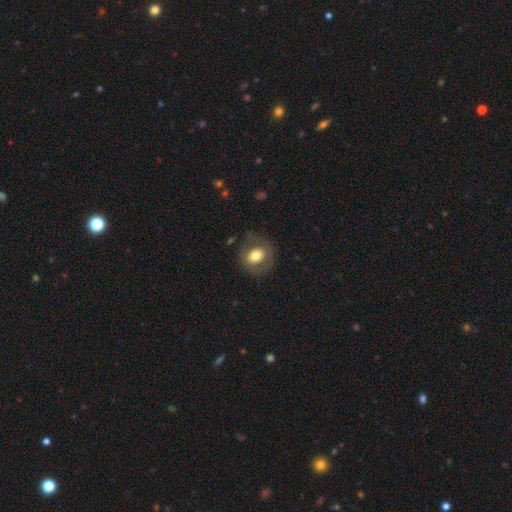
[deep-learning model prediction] smooth 63%, featured or disk 29%, star or artifact 8%. Down the decision tree: how rounded — round (61%); merging — none (75%).